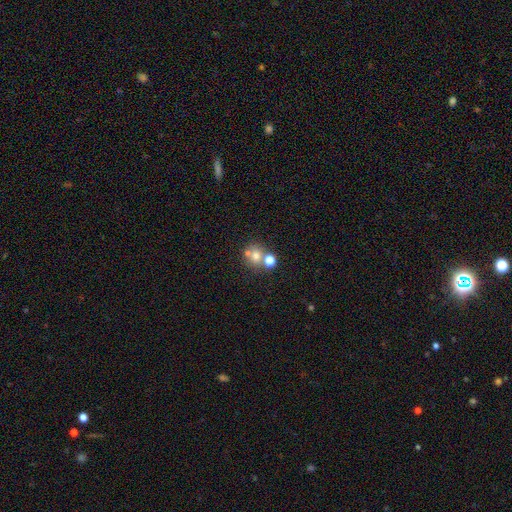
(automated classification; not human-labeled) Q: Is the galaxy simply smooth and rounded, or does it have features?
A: smooth — 66%.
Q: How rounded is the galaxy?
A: round — 79%.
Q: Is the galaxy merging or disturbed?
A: none — 50%.